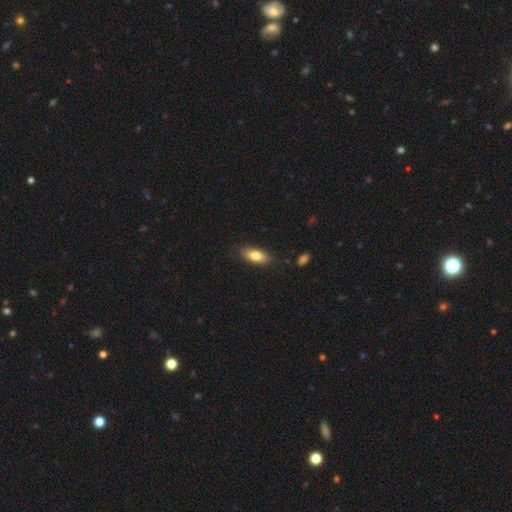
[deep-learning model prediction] Smooth or featured? Predicted: smooth (p=0.80). How rounded? Predicted: in between (p=0.77). Merging? Predicted: none (p=0.84).